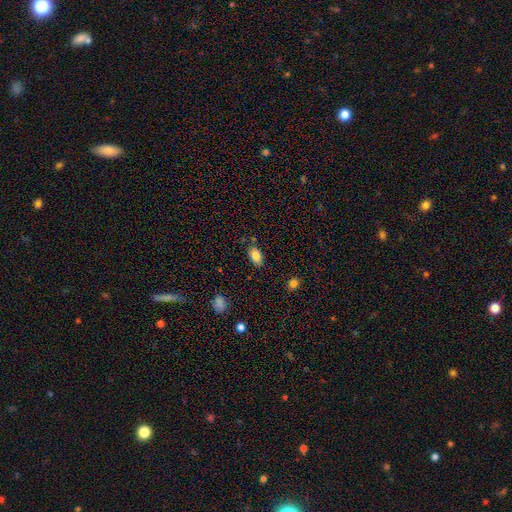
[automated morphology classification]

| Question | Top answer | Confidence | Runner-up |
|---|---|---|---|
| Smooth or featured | smooth | 83% | star or artifact (9%) |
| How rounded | in between | 89% | round (9%) |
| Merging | none | 79% | minor disturbance (14%) |